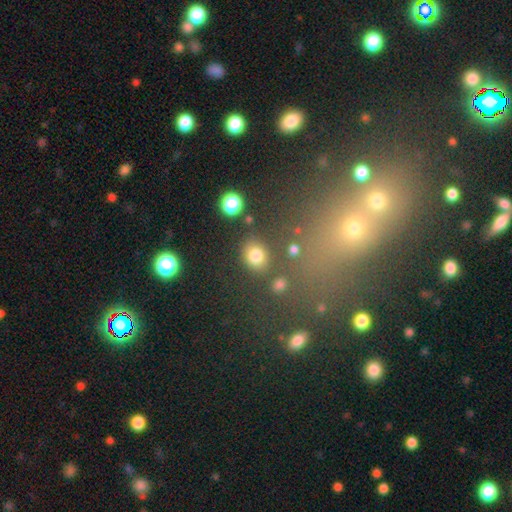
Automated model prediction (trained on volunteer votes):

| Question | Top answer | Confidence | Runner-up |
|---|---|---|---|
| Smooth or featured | smooth | 78% | star or artifact (15%) |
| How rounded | round | 63% | in between (35%) |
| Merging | none | 76% | minor disturbance (12%) |